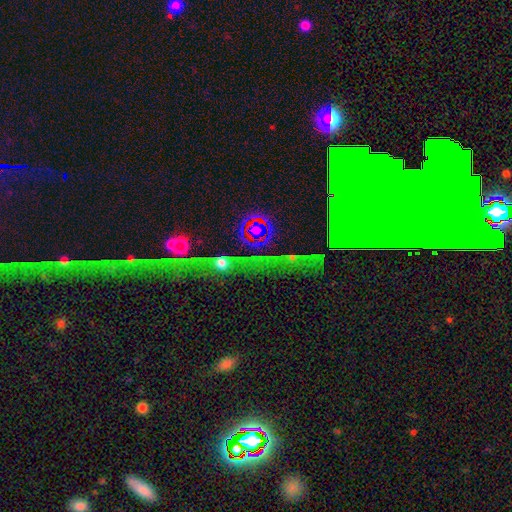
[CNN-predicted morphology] Q: Smooth or featured?
A: star or artifact (68%); runner-up: featured or disk (19%)